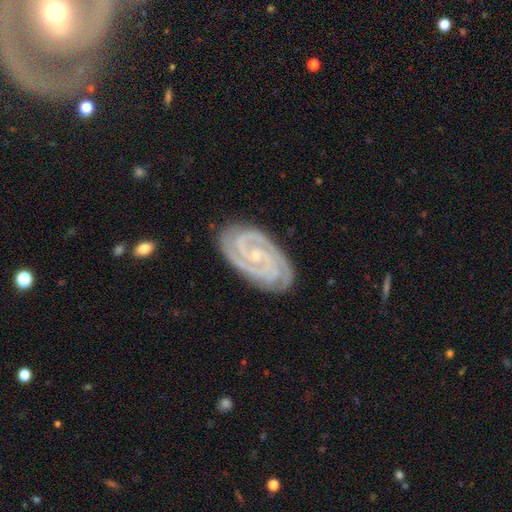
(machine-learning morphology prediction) Smooth or featured? Predicted: featured or disk (p=0.91). Edge-on disk? Predicted: no (p=0.97). Bar? Predicted: no (p=0.59). Spiral arms? Predicted: yes (p=0.99). Spiral winding? Predicted: tight (p=0.81). Spiral arm count? Predicted: 2 (p=0.42). Bulge size? Predicted: small (p=0.77). Merging? Predicted: none (p=0.83).